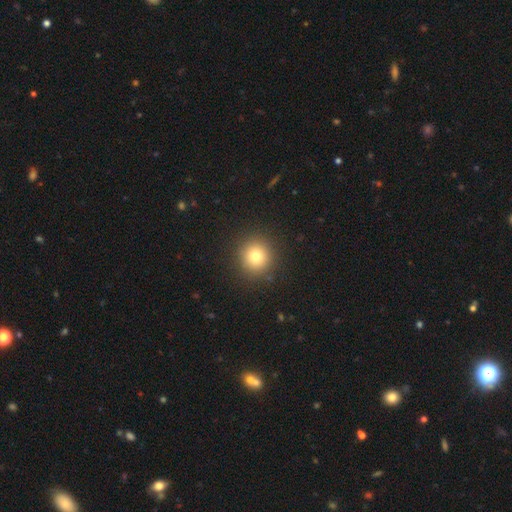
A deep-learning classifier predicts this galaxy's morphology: Q: Smooth or featured?
A: smooth (78%); runner-up: star or artifact (13%)
Q: How rounded?
A: round (92%); runner-up: in between (7%)
Q: Merging?
A: none (91%); runner-up: minor disturbance (6%)